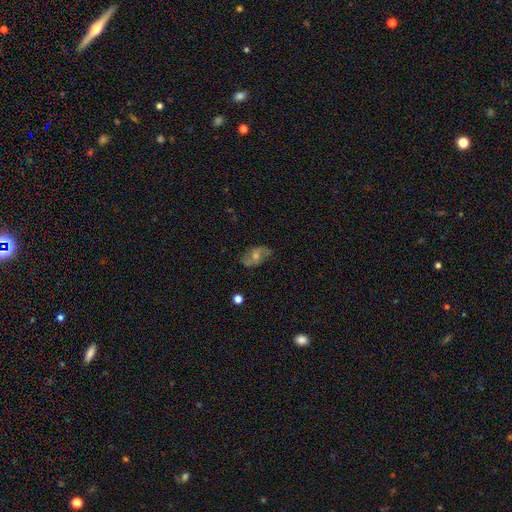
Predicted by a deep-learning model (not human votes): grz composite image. It shows a featured or disk galaxy (63%) with no bar (66%), spiral arms (77%) and a moderate central bulge (67%). Merging: none (78%).